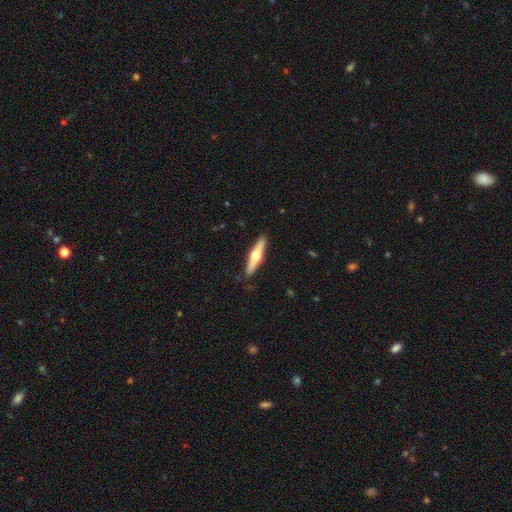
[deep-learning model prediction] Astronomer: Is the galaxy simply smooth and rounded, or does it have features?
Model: featured or disk — 60% (runner-up: smooth, 36%).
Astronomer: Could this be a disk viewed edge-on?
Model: yes — 96%.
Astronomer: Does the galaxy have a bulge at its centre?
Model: rounded — 94%.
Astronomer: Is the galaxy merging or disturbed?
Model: none — 90%.